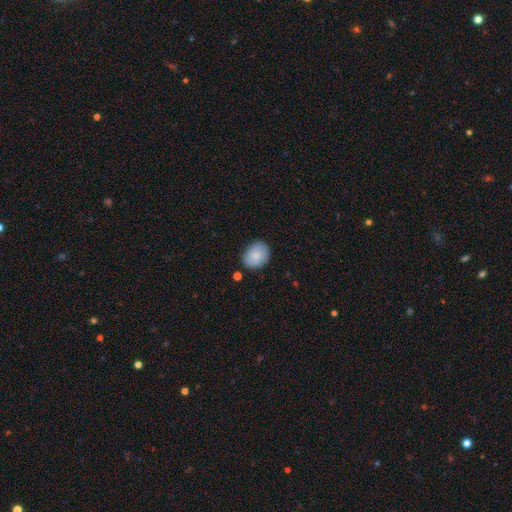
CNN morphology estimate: smooth 84%, featured or disk 9%, star or artifact 7%. Down the decision tree: how rounded — in between (54%); merging — none (78%).